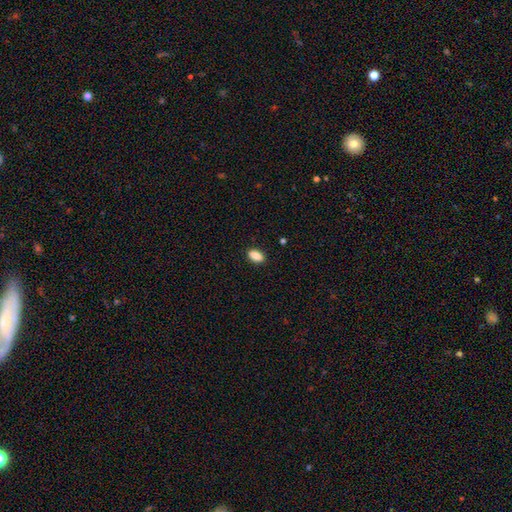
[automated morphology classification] Smooth or featured? Predicted: smooth (p=0.88). How rounded? Predicted: in between (p=0.89). Merging? Predicted: none (p=0.89).